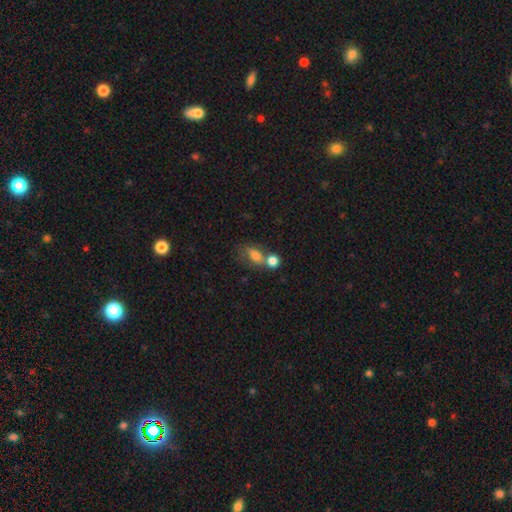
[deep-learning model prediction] Morphology: type=smooth (75%); roundness=in between (72%); merging=merger (47%).